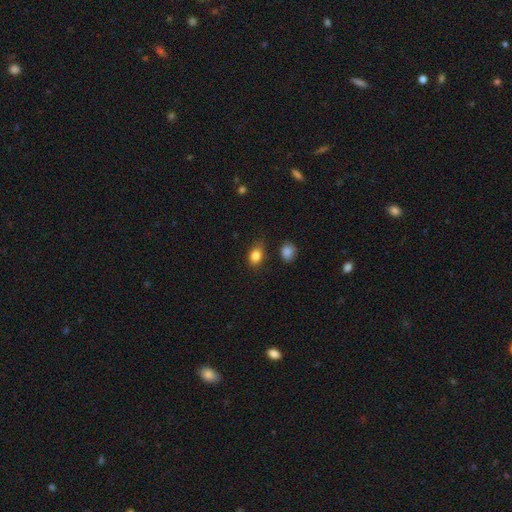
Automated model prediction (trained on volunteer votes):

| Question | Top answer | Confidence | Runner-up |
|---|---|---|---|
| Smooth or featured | smooth | 84% | star or artifact (10%) |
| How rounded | in between | 66% | round (32%) |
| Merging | none | 68% | minor disturbance (23%) |